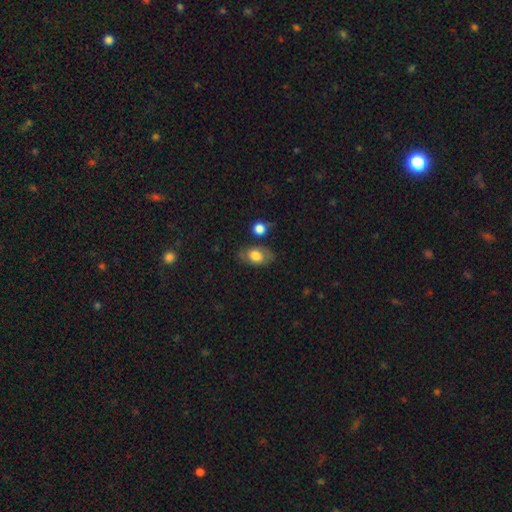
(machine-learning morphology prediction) Smooth or featured? Predicted: smooth (p=0.71). How rounded? Predicted: in between (p=0.85). Merging? Predicted: none (p=0.70).